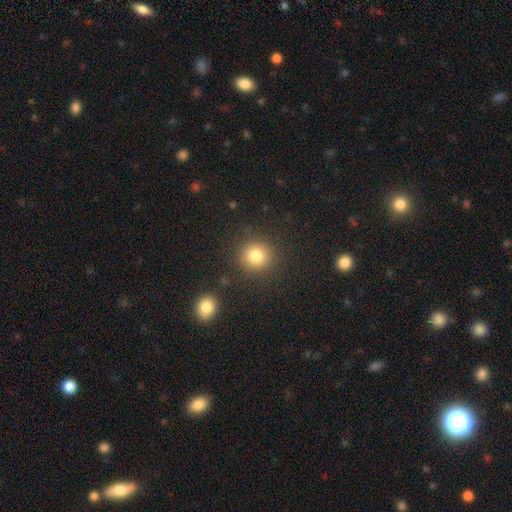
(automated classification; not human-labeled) Q: Smooth or featured?
A: smooth (81%); runner-up: star or artifact (12%)
Q: How rounded?
A: round (90%); runner-up: in between (9%)
Q: Merging?
A: none (87%); runner-up: minor disturbance (8%)